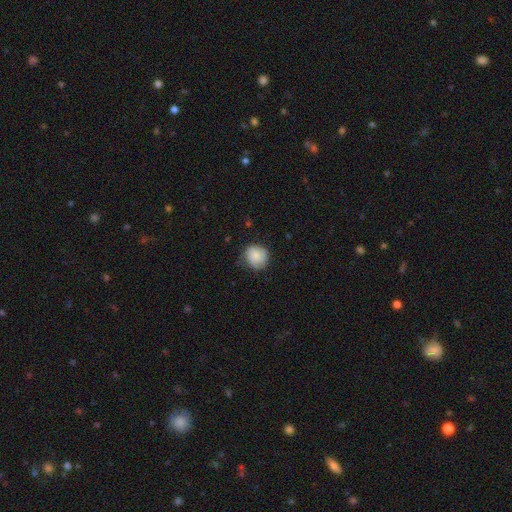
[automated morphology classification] Q: Smooth or featured?
A: smooth (83%); runner-up: featured or disk (10%)
Q: How rounded?
A: round (82%); runner-up: in between (17%)
Q: Merging?
A: none (66%); runner-up: minor disturbance (28%)